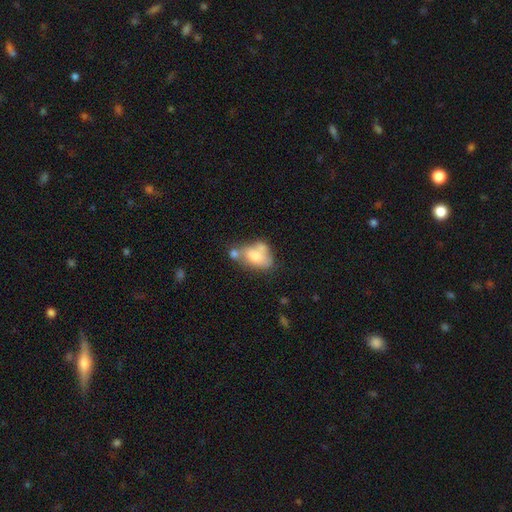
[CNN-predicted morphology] Smooth or featured: smooth — 63% (featured or disk — 29%)
How rounded: in between — 83% (round — 15%)
Merging: merger — 45% (none — 25%)